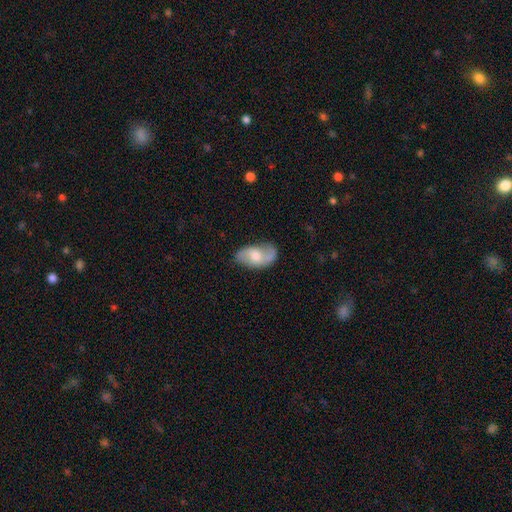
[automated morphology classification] smooth-or-featured: featured or disk: 62% | smooth: 32% | star or artifact: 6%
  disk-edge-on: no: 95% | yes: 5%
    bar: no: 54% | weak: 38% | strong: 8%
    has-spiral-arms: yes: 87% | no: 13%
      spiral-winding: loose: 50% | medium: 36% | tight: 14%
      spiral-arm-count: 2: 82% | can't tell: 8% | 1: 7% | 3: 1% | 4: 1% | more than 4: 1%
    bulge-size: moderate: 60% | small: 27% | large: 8% | none: 4% | dominant: 1%
  merging: none: 66% | minor disturbance: 23% | major disturbance: 8% | merger: 2%